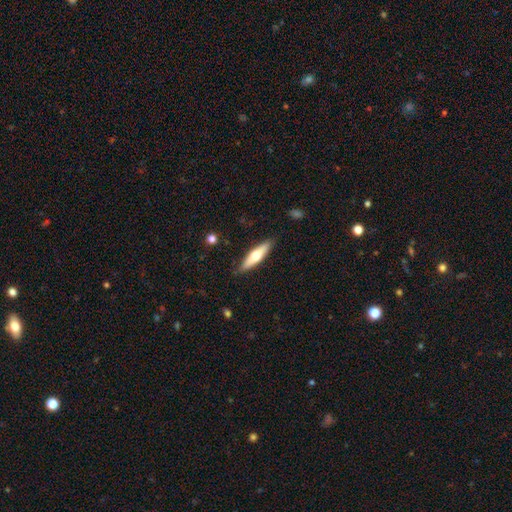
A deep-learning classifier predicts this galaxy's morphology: A smooth galaxy with no disk features (55%) that is cigar-shaped (69%).

Vote fractions:
- Smooth or featured? smooth: 55% / featured or disk: 40% / star or artifact: 5%
- How rounded? cigar-shaped: 69% / in between: 30% / round: 2%
- Merging? none: 87% / minor disturbance: 10% / major disturbance: 2% / merger: 1%